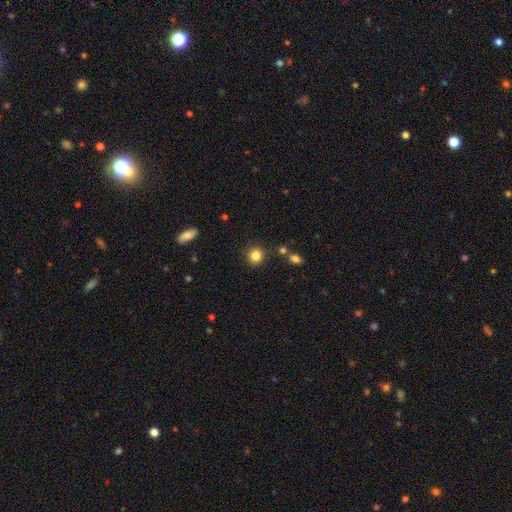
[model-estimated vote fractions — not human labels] smooth-or-featured: smooth: 84% | star or artifact: 11% | featured or disk: 5%
  how-rounded: round: 90% | in between: 9% | cigar-shaped: 1%
  merging: none: 85% | minor disturbance: 8% | merger: 4% | major disturbance: 3%